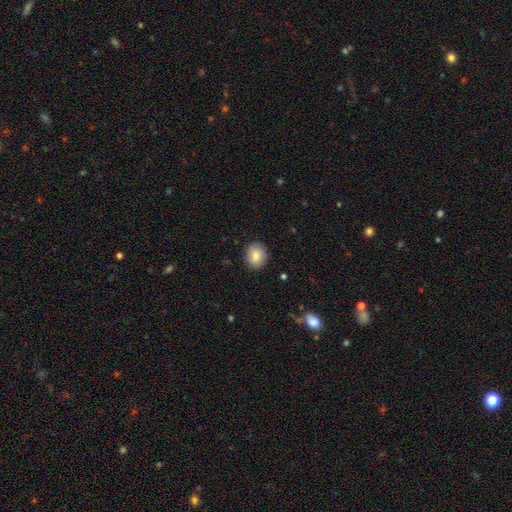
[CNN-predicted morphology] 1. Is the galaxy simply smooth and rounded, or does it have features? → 82% smooth, 10% featured or disk, 8% star or artifact.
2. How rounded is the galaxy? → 69% round, 30% in between, 1% cigar-shaped.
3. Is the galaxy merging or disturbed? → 89% none, 8% minor disturbance, 2% major disturbance, 1% merger.